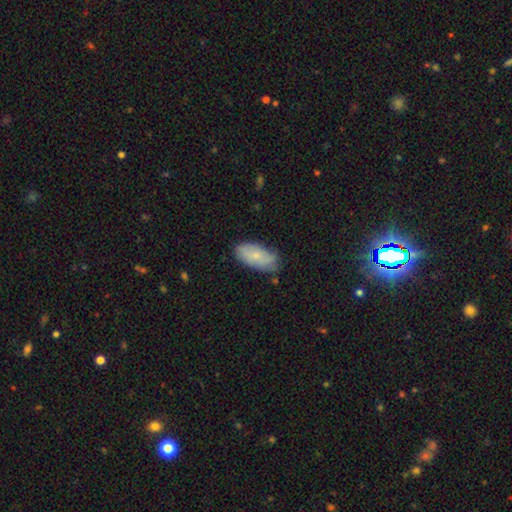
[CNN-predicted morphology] type=smooth (72%); roundness=in between (92%); merging=none (65%).